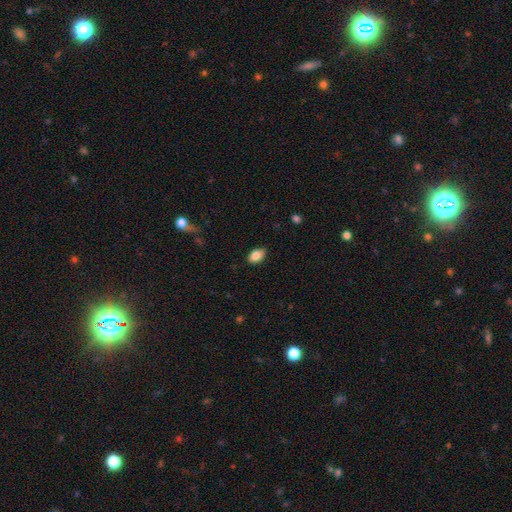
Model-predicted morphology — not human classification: Q: Smooth or featured?
A: smooth (85%); runner-up: star or artifact (8%)
Q: How rounded?
A: in between (88%); runner-up: round (11%)
Q: Merging?
A: none (84%); runner-up: minor disturbance (13%)